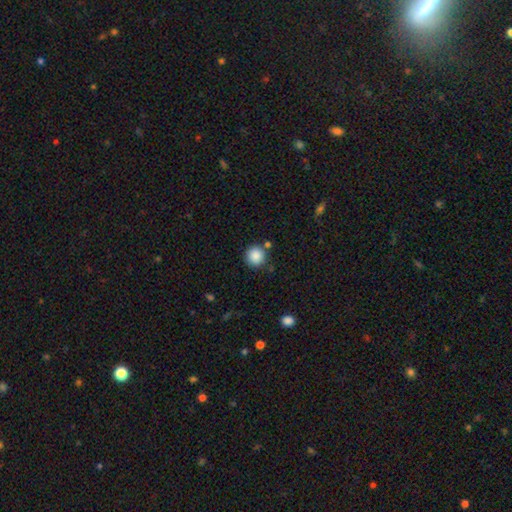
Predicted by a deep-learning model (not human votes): The model was most divided on "merging": none: 84%, minor disturbance: 8%, merger: 6%, major disturbance: 3%. More confident: how rounded — round (95%); smooth or featured — smooth (88%).